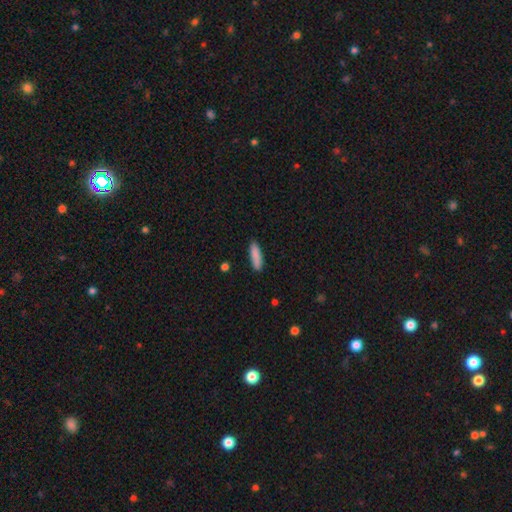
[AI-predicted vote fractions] Overall: smooth (88%). How rounded: cigar-shaped (66%; in between 32%). Merging: none (87%).